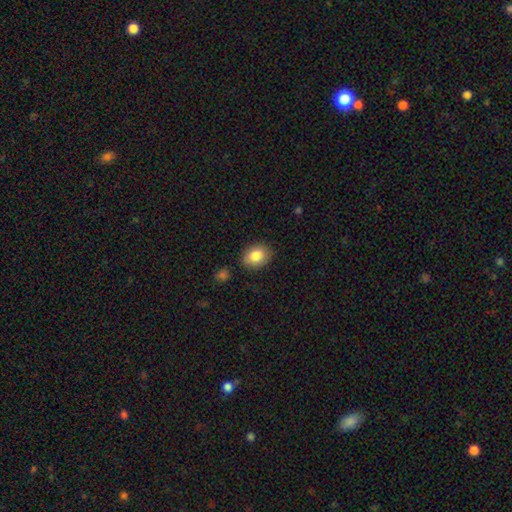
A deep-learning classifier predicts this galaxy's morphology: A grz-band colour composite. It shows a smooth galaxy with no disk features (84%) that is in between round and cigar-shaped (63%). Merging: none (84%).